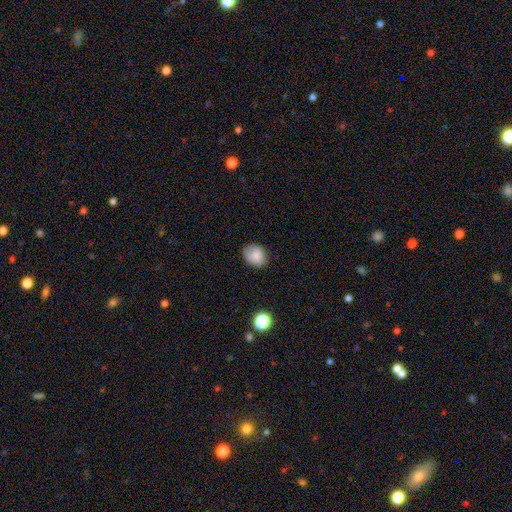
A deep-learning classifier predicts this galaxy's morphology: Q: Smooth or featured?
A: smooth (82%); runner-up: star or artifact (9%)
Q: How rounded?
A: round (55%); runner-up: in between (44%)
Q: Merging?
A: none (77%); runner-up: minor disturbance (18%)